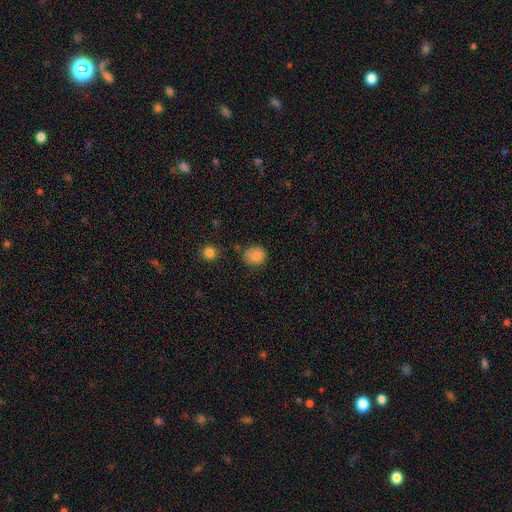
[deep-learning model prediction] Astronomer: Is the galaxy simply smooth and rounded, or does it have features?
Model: smooth — 83%.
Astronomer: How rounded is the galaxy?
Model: round — 66%.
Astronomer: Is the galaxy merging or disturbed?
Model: none — 69%.